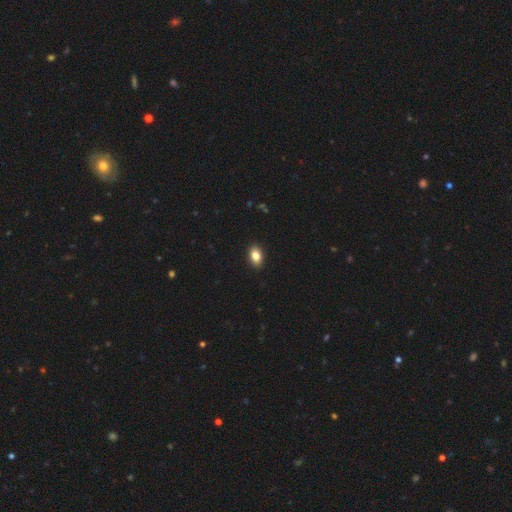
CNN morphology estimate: Smooth or featured?
  - smooth: 84% *
  - star or artifact: 8%
  - featured or disk: 7%
How rounded?
  - in between: 87% *
  - round: 11%
  - cigar-shaped: 2%
Merging?
  - none: 90% *
  - minor disturbance: 7%
  - major disturbance: 2%
  - merger: 1%